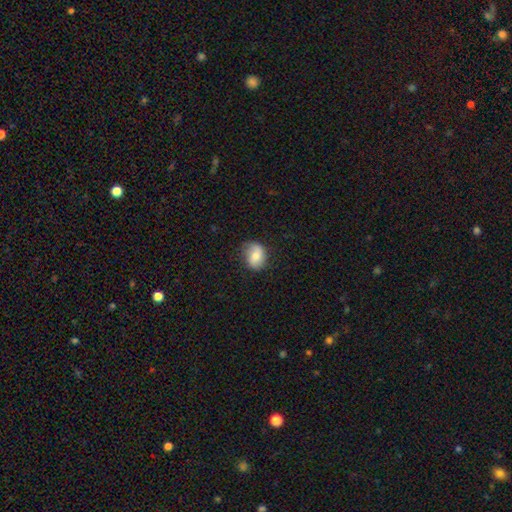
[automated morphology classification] type=smooth (68%); roundness=in between (60%); merging=none (69%).